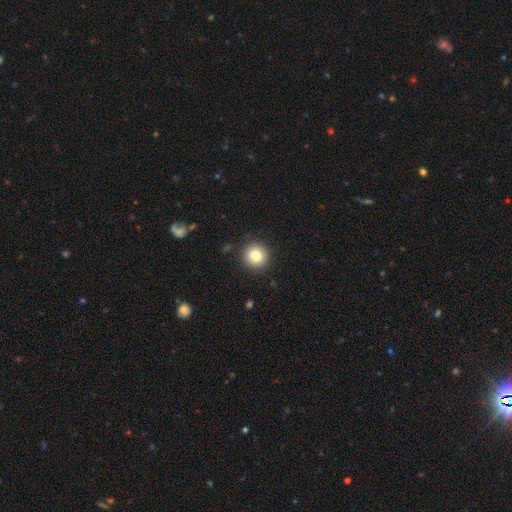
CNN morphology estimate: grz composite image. It shows a smooth galaxy with no disk features (82%) that is round (94%). Merging: none (90%).